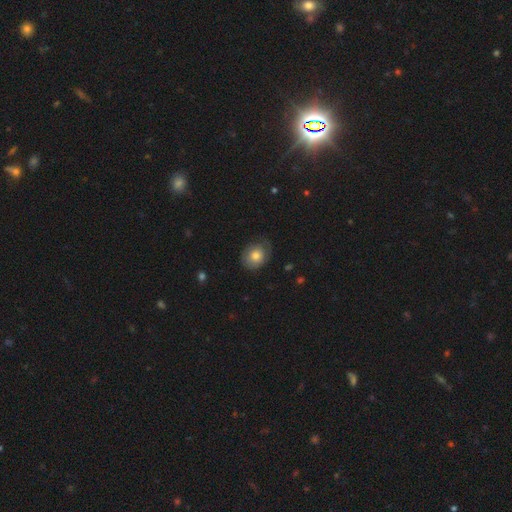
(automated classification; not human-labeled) Smooth or featured?
  - smooth: 72% *
  - featured or disk: 20%
  - star or artifact: 8%
How rounded?
  - round: 60% *
  - in between: 39%
  - cigar-shaped: 1%
Merging?
  - none: 65% *
  - minor disturbance: 25%
  - major disturbance: 8%
  - merger: 1%